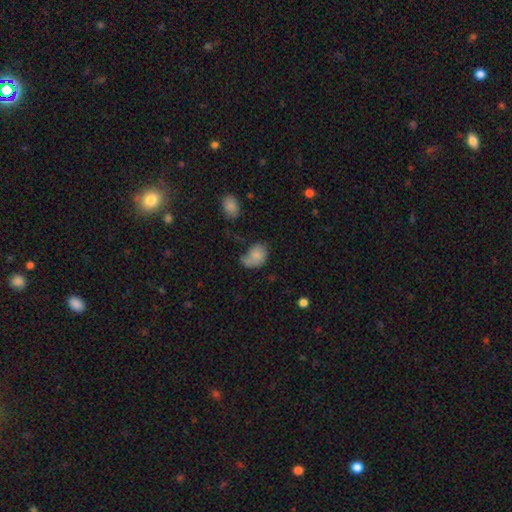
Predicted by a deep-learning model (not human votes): This appears to be a smooth galaxy with no disk features (74%) that is in between round and cigar-shaped (67%). Merging: none (34%).